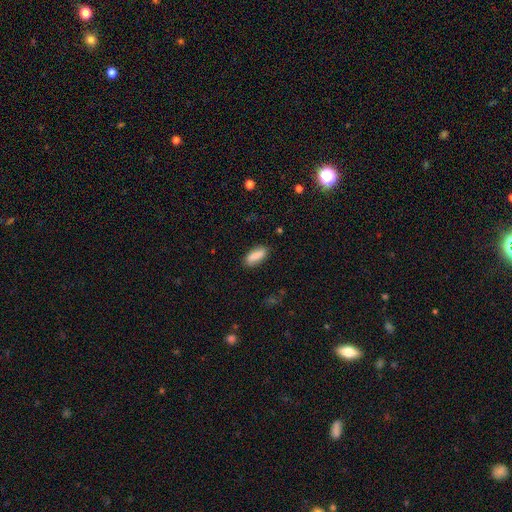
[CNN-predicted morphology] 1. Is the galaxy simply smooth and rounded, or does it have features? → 85% smooth, 9% featured or disk, 7% star or artifact.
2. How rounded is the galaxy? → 73% in between, 25% cigar-shaped, 2% round.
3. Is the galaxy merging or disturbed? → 83% none, 12% minor disturbance, 3% major disturbance, 2% merger.